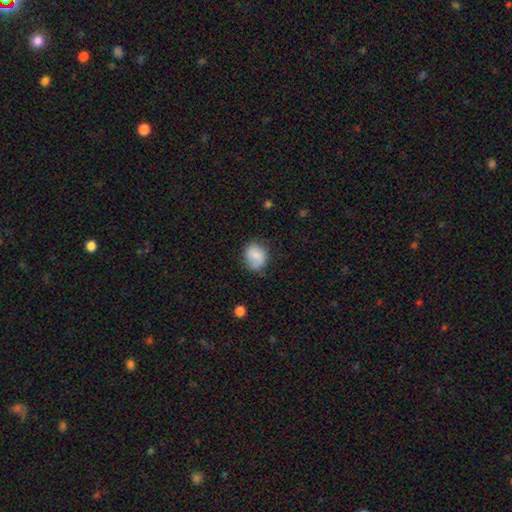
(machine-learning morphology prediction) Smooth or featured? Predicted: smooth (p=0.78). How rounded? Predicted: round (p=0.64). Merging? Predicted: none (p=0.68).